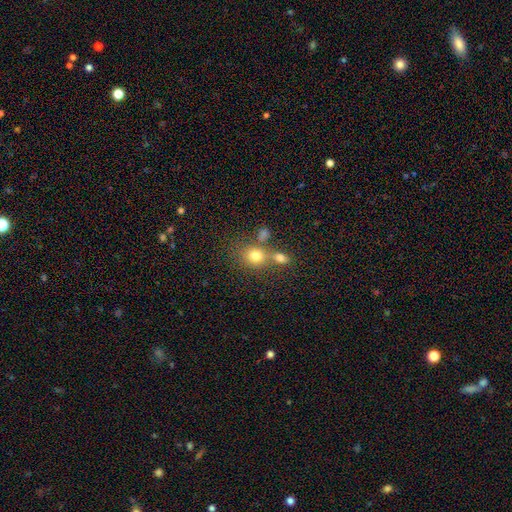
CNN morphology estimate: This appears to be a smooth galaxy with no disk features (76%) that is round (64%). Merging: none (47%).